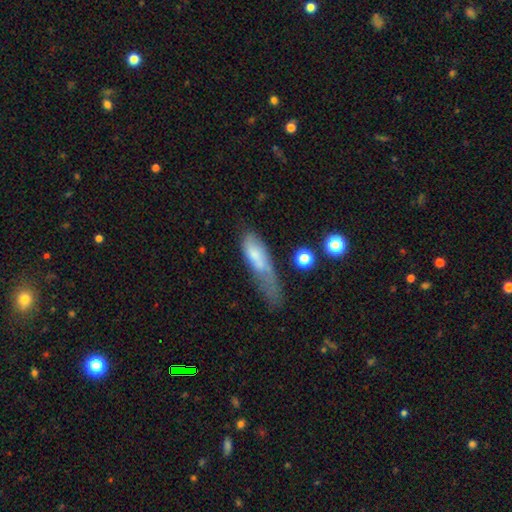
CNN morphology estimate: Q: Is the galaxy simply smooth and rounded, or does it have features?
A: smooth — 59%.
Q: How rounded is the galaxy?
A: cigar-shaped — 50%.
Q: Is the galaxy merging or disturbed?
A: major disturbance — 38%.